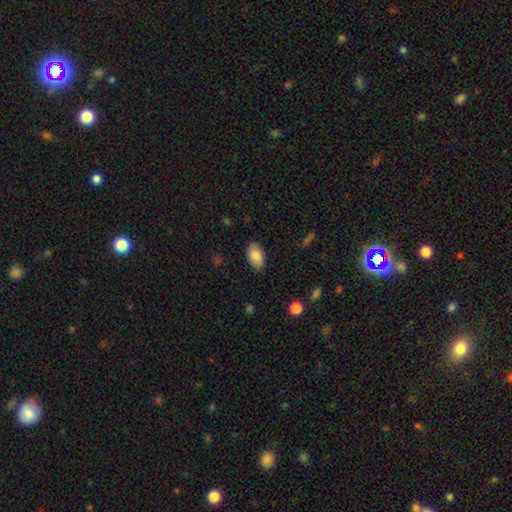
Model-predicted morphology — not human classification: smooth-or-featured: smooth: 83% | featured or disk: 10% | star or artifact: 7%
  how-rounded: in between: 94% | round: 4% | cigar-shaped: 2%
  merging: none: 85% | minor disturbance: 12% | major disturbance: 3% | merger: 1%